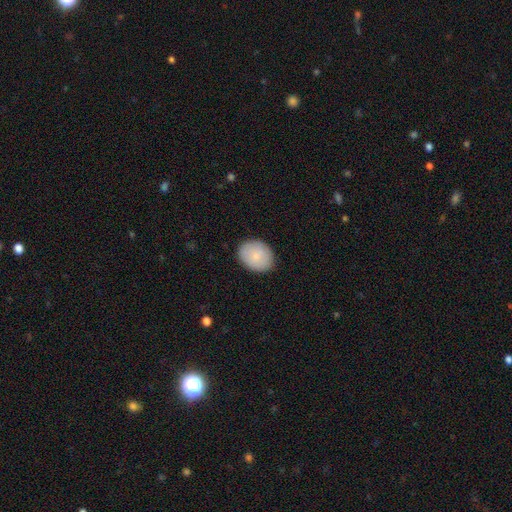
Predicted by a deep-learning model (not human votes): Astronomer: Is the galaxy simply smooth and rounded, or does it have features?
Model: smooth — 83%.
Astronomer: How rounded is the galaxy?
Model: in between — 57% (runner-up: round, 42%).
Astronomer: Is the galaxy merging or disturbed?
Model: none — 87%.